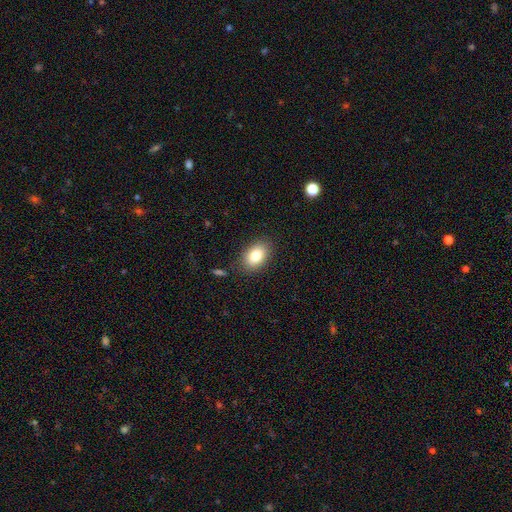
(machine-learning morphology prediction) type=smooth (83%); roundness=in between (84%); merging=none (84%).